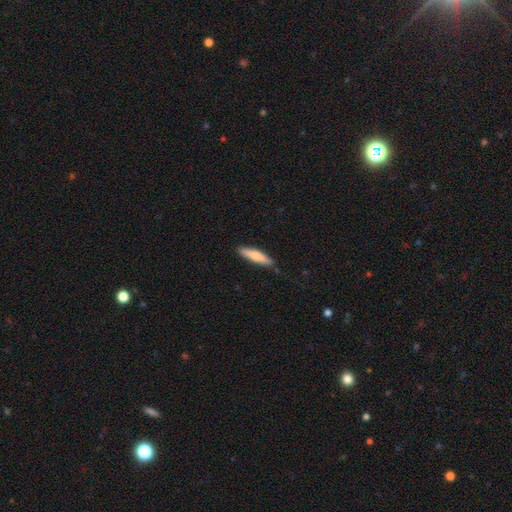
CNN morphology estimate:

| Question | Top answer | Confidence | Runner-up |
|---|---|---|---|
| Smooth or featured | smooth | 69% | featured or disk (25%) |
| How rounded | cigar-shaped | 78% | in between (20%) |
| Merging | none | 85% | minor disturbance (12%) |